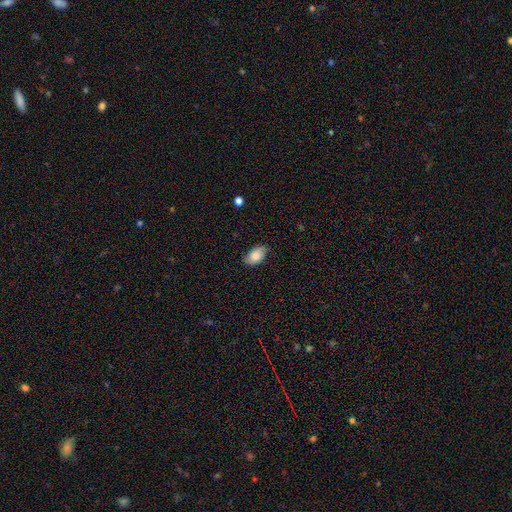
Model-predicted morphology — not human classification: type=smooth (81%); roundness=in between (92%); merging=none (76%).